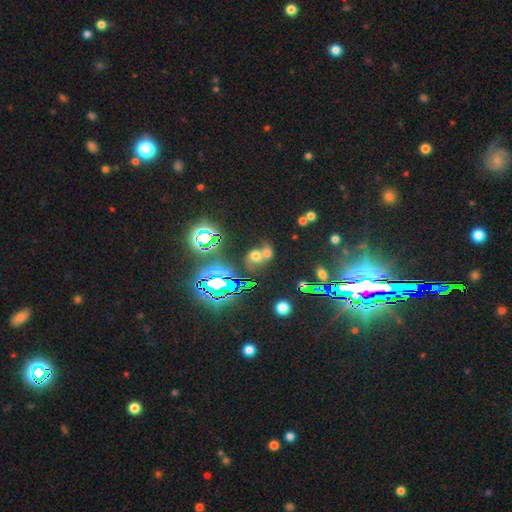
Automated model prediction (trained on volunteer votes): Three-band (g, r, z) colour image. It shows a smooth galaxy with no disk features (48%). Merging: merger (57%).